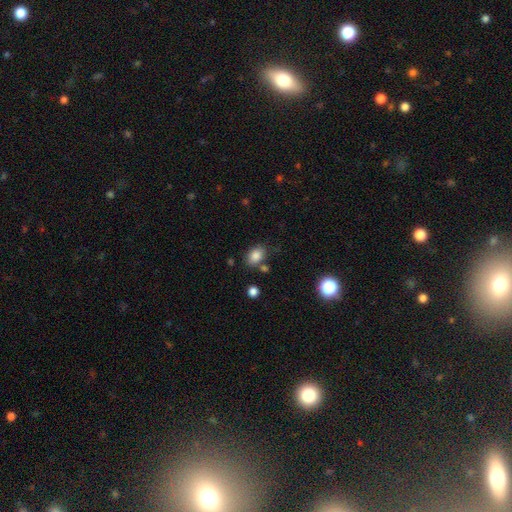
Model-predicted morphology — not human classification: Overall: smooth (84%). How rounded: in between (74%). Merging: none (73%).